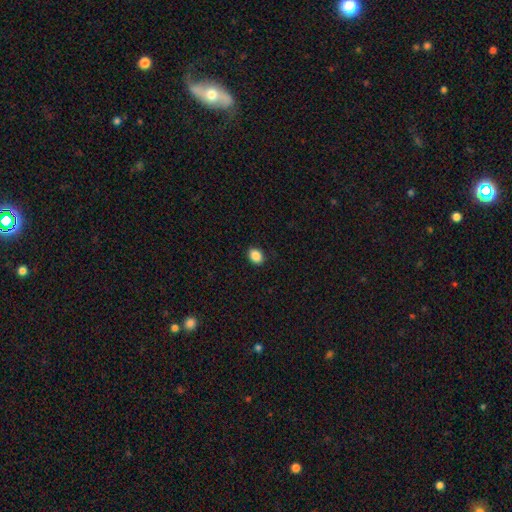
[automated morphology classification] smooth_or_featured: smooth (p=0.88) [alt: star or artifact p=0.09]
how_rounded: in between (p=0.62) [alt: round p=0.37]
merging: none (p=0.90) [alt: minor disturbance p=0.07]